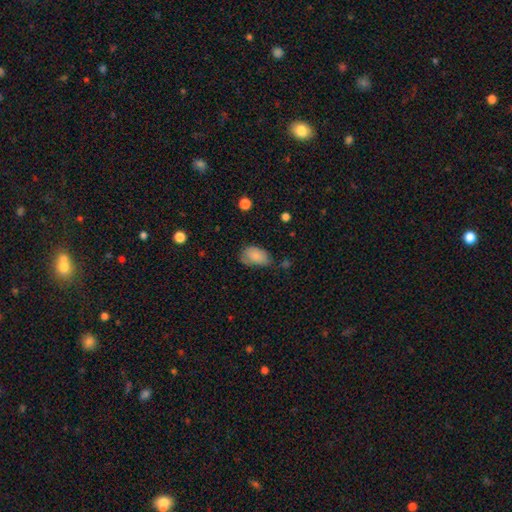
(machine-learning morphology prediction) Smooth or featured? smooth (84%)
How rounded? in between (91%)
Merging? none (50%)